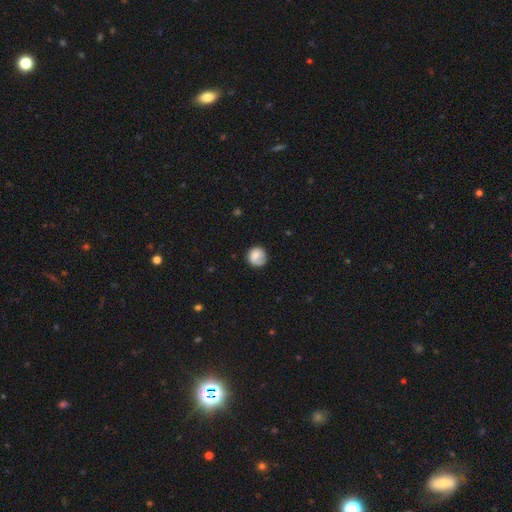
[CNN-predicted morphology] Overall: smooth (73%). How rounded: round (89%). Merging: none (69%).